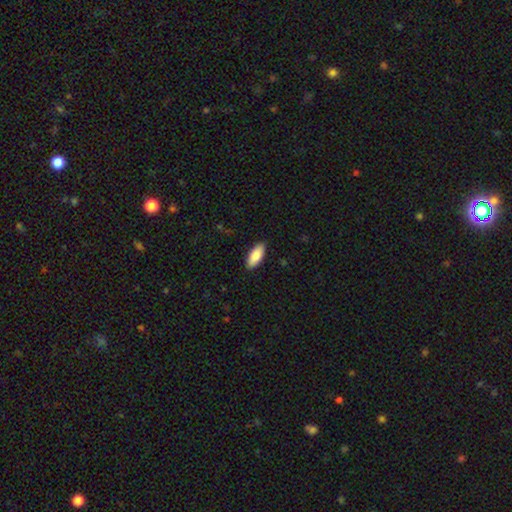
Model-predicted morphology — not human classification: smooth 86%, featured or disk 9%, star or artifact 6%. Down the decision tree: how rounded — in between (88%); merging — none (88%).